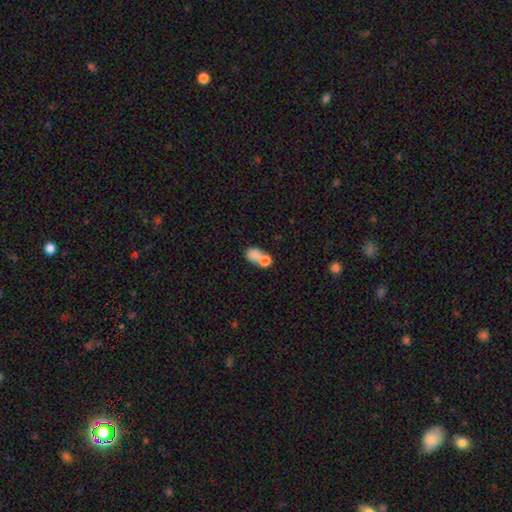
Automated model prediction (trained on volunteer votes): This is likely a smooth galaxy (77%). How rounded: possibly in between (56%). Merging: likely merger (61%).